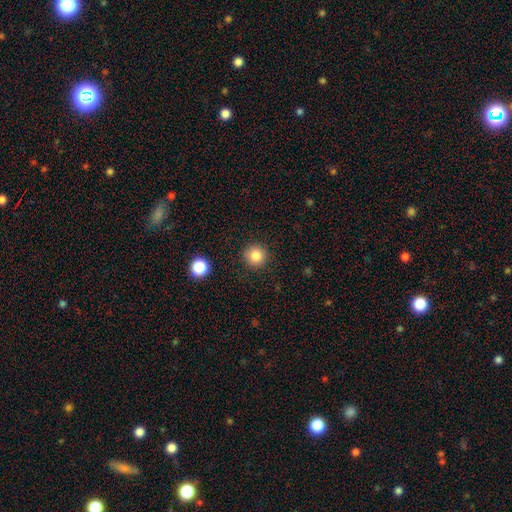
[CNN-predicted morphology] Smooth or featured: smooth — 84% (star or artifact — 11%)
How rounded: round — 95% (in between — 4%)
Merging: none — 90% (minor disturbance — 6%)